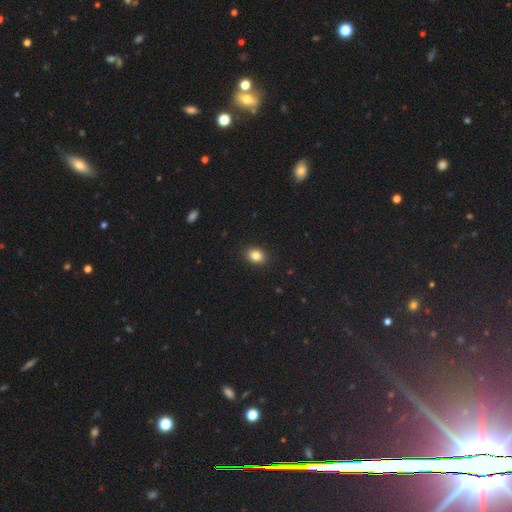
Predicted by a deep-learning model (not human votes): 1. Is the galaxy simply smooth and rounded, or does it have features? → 84% smooth, 10% star or artifact, 6% featured or disk.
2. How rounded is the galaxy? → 59% in between, 40% round, 1% cigar-shaped.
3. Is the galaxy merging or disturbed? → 90% none, 7% minor disturbance, 2% major disturbance, 1% merger.